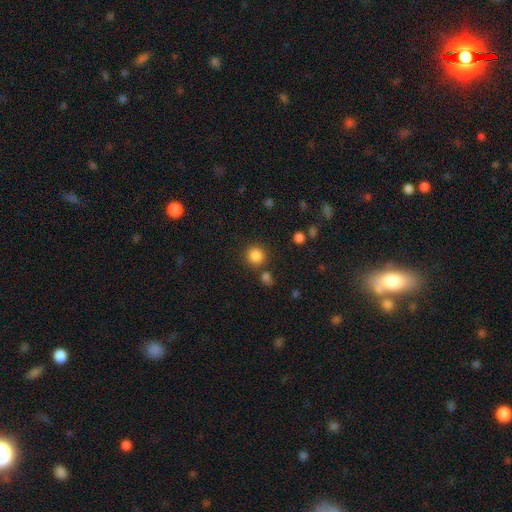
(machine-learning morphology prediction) smooth 85%, star or artifact 12%, featured or disk 4%. Down the decision tree: how rounded — round (92%); merging — none (81%).